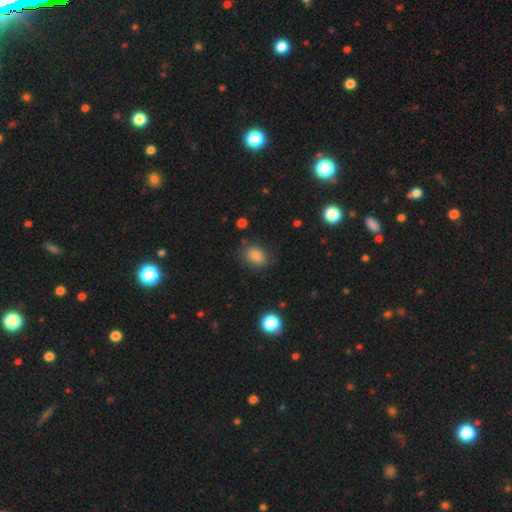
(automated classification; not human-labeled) Q: Smooth or featured?
A: smooth (82%); runner-up: star or artifact (11%)
Q: How rounded?
A: in between (73%); runner-up: round (26%)
Q: Merging?
A: none (74%); runner-up: minor disturbance (19%)